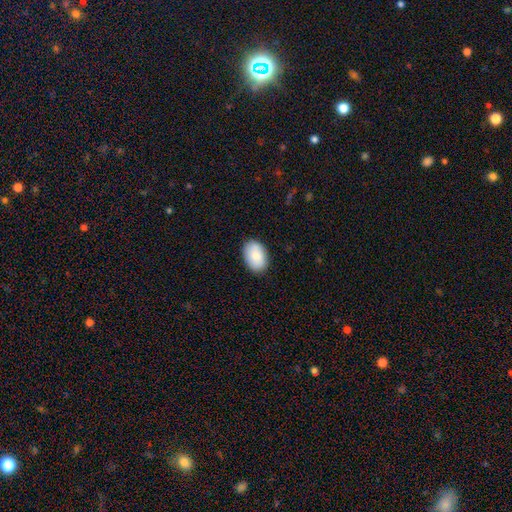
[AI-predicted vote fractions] The model was most divided on "how rounded": in between: 88%, round: 11%, cigar-shaped: 1%. More confident: merging — none (88%); smooth or featured — smooth (85%).